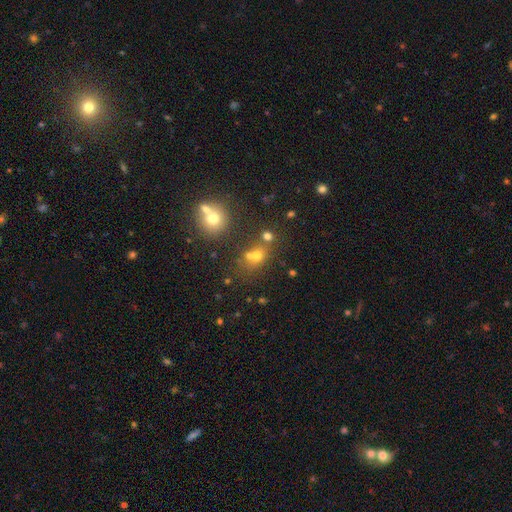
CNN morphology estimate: Q: Smooth or featured?
A: smooth (62%); runner-up: star or artifact (23%)
Q: How rounded?
A: round (63%); runner-up: in between (35%)
Q: Merging?
A: none (47%); runner-up: merger (36%)